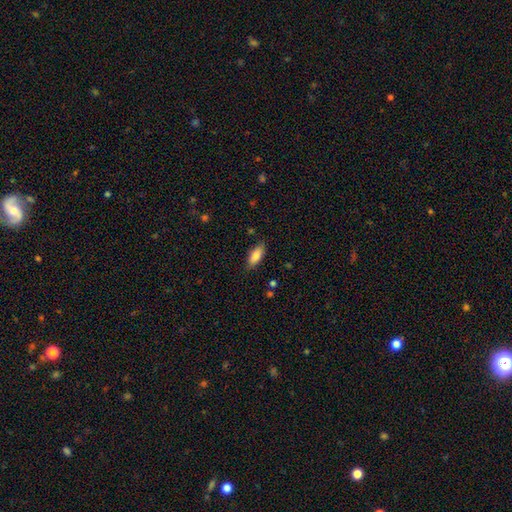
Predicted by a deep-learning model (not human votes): A smooth galaxy with no disk features (82%) that is in between round and cigar-shaped (77%).

Vote fractions:
- Smooth or featured? smooth: 82% / featured or disk: 11% / star or artifact: 7%
- How rounded? in between: 77% / cigar-shaped: 21% / round: 2%
- Merging? none: 82% / minor disturbance: 14% / major disturbance: 3% / merger: 1%